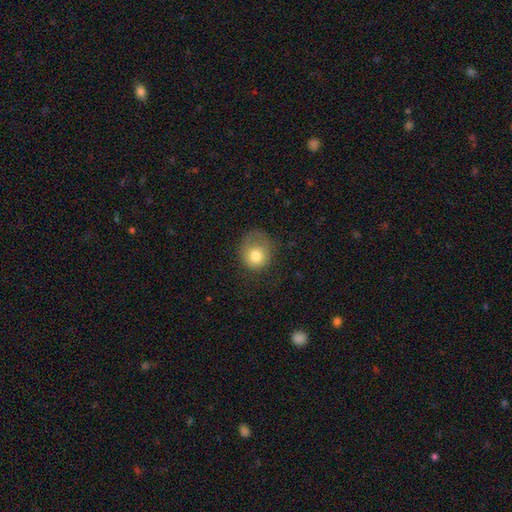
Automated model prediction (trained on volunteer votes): Smooth or featured? smooth (78%)
How rounded? round (76%)
Merging? none (44%)